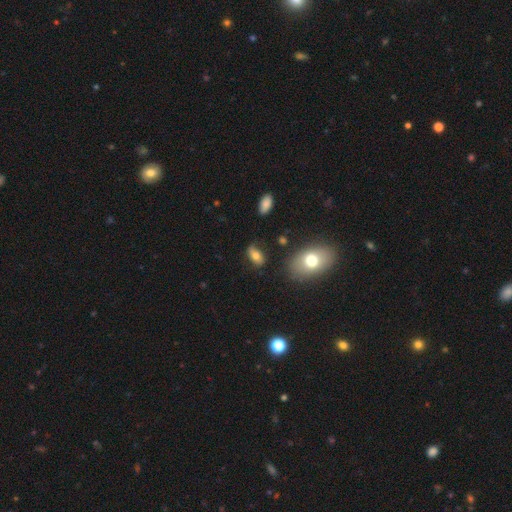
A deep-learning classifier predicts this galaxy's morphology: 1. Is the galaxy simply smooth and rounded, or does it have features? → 66% smooth, 24% featured or disk, 10% star or artifact.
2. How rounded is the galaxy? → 86% in between, 10% round, 4% cigar-shaped.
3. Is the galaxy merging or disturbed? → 71% none, 19% minor disturbance, 6% major disturbance, 3% merger.